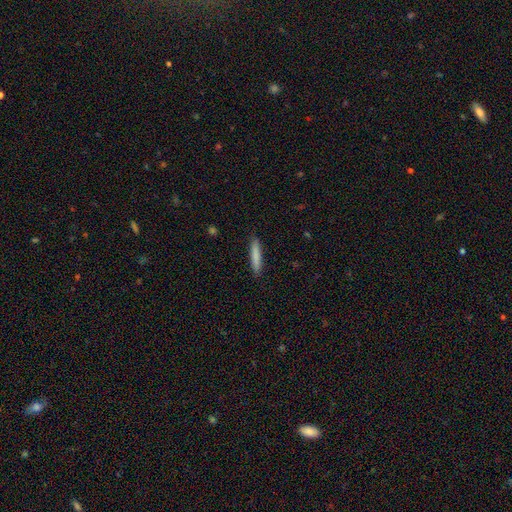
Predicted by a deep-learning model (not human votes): The model was most divided on "smooth or featured": smooth: 81%, featured or disk: 13%, star or artifact: 6%. More confident: how rounded — cigar-shaped (92%); merging — none (89%).